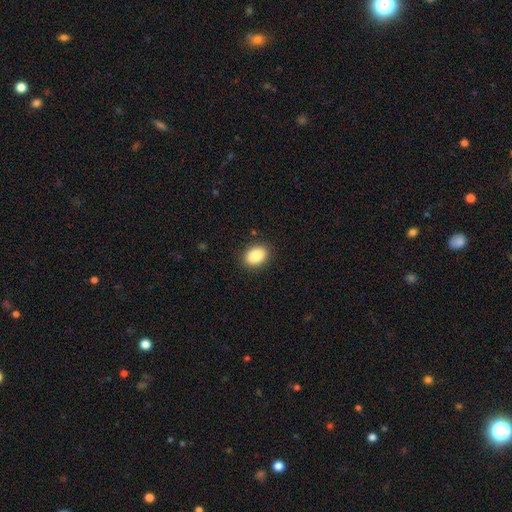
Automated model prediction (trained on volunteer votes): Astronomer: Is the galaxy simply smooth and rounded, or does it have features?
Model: smooth — 87%.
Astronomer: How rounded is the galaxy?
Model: in between — 75%.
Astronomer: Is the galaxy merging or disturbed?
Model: none — 89%.